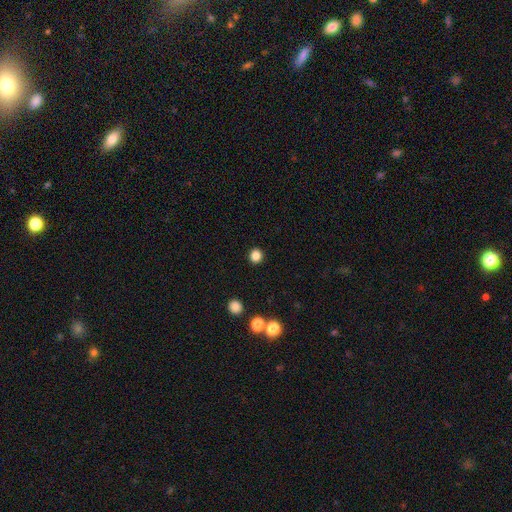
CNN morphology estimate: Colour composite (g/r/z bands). It shows a smooth galaxy with no disk features (84%) that is round (89%). Merging: none (91%).